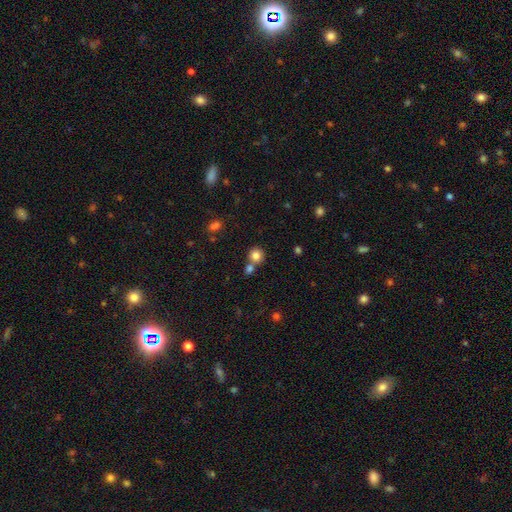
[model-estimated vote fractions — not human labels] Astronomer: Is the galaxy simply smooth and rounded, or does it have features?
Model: smooth — 82%.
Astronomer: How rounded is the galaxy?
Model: round — 90%.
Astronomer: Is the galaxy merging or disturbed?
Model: none — 63%.